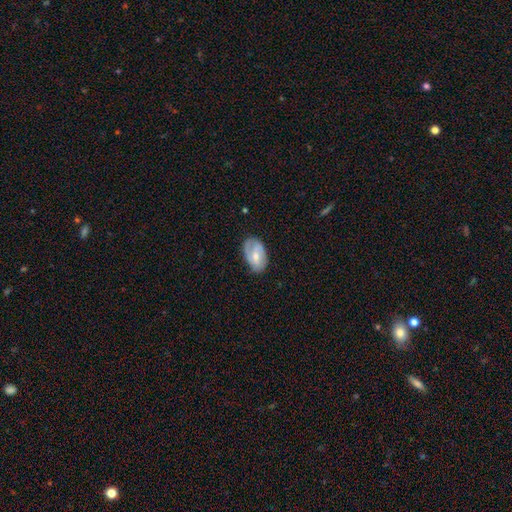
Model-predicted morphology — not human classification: smooth_or_featured: featured or disk (p=0.55) [alt: smooth p=0.39]
disk_edge_on: no (p=0.95) [alt: yes p=0.05]
bar: weak (p=0.44) [alt: no p=0.43]
has_spiral_arms: yes (p=0.76) [alt: no p=0.24]
bulge_size: moderate (p=0.54) [alt: small p=0.40]
merging: none (p=0.69) [alt: minor disturbance p=0.24]